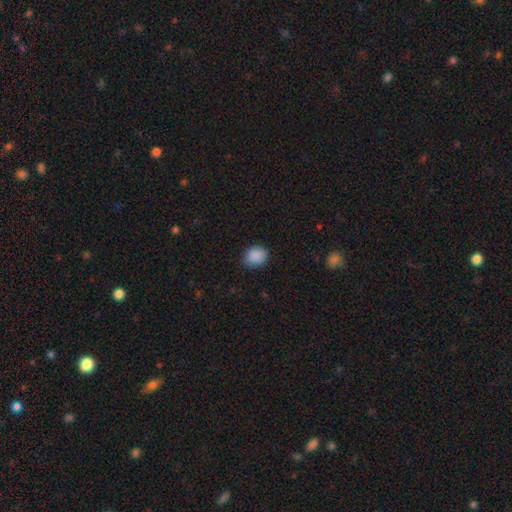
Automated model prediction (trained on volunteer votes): The model was most divided on "how rounded": round: 52%, in between: 47%, cigar-shaped: 1%. More confident: smooth or featured — smooth (89%); merging — none (81%).